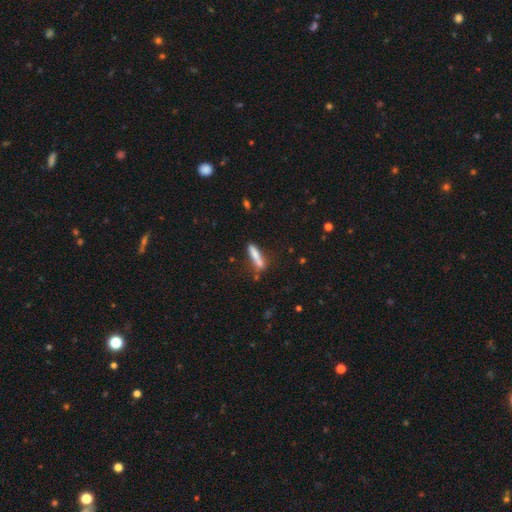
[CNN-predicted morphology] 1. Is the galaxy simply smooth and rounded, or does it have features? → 72% smooth, 21% featured or disk, 8% star or artifact.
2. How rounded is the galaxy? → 86% cigar-shaped, 12% in between, 2% round.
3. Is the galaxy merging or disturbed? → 63% none, 18% minor disturbance, 14% merger, 6% major disturbance.